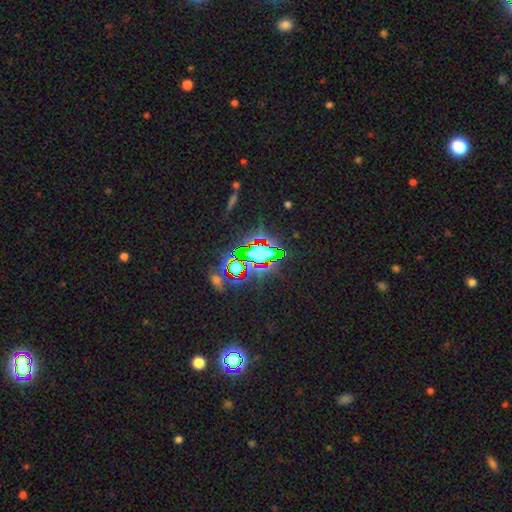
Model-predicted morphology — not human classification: Smooth or featured? star or artifact (72%)